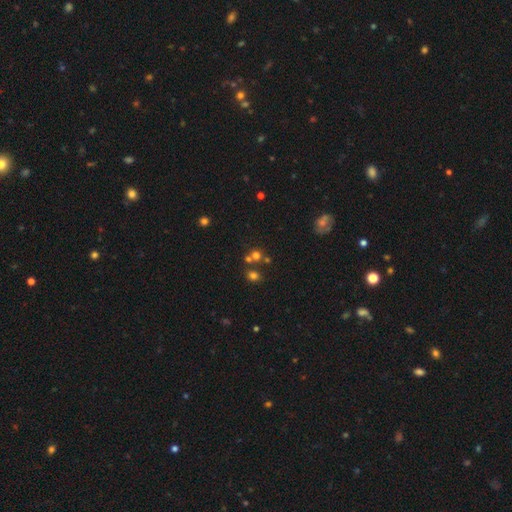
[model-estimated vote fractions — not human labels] This appears to be a smooth galaxy with no disk features (47%). Merging: none (51%).